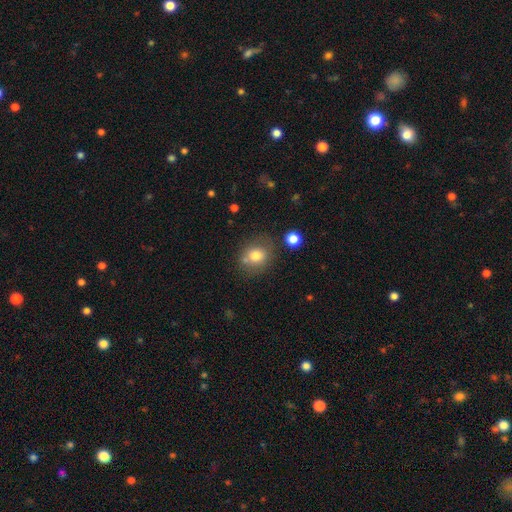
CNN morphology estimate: Q: Smooth or featured?
A: smooth (77%); runner-up: featured or disk (12%)
Q: How rounded?
A: round (69%); runner-up: in between (30%)
Q: Merging?
A: none (66%); runner-up: minor disturbance (17%)